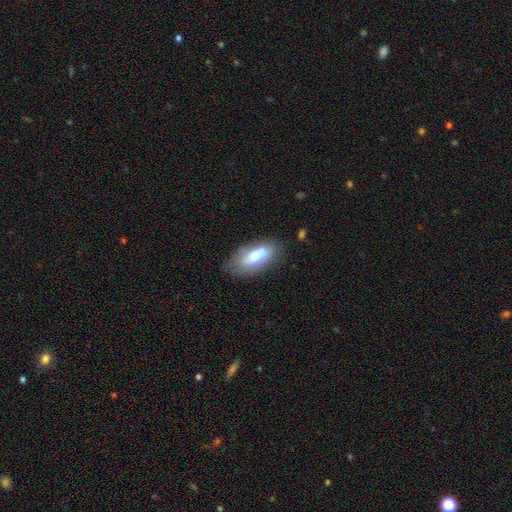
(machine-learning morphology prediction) smooth 65%, featured or disk 28%, star or artifact 7%. Down the decision tree: how rounded — in between (88%); merging — none (56%).